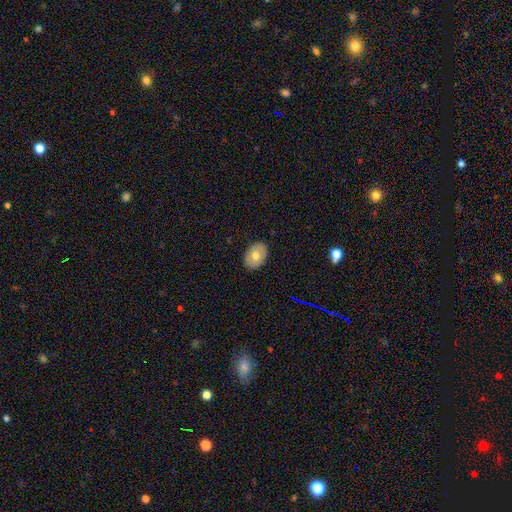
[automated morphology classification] This is likely a smooth galaxy (68%). How rounded: likely in between (77%). Merging: clearly none (88%).